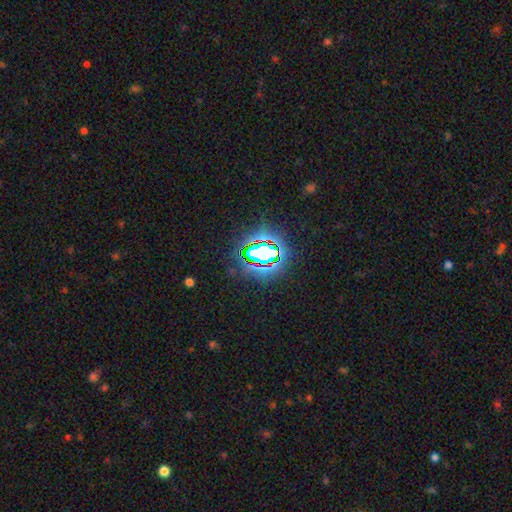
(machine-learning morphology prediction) Smooth or featured? Predicted: star or artifact (p=0.80).